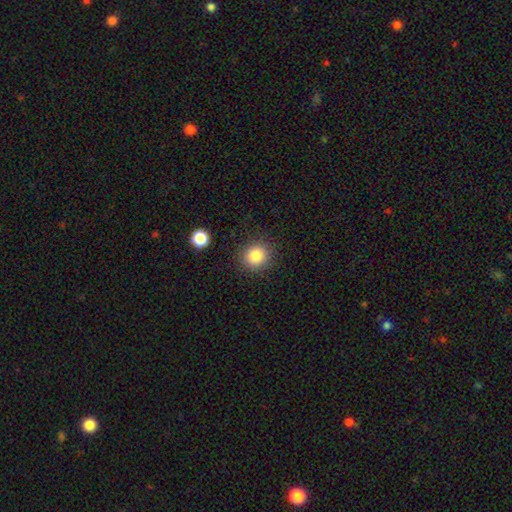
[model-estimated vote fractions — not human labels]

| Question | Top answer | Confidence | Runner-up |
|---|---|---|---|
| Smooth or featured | smooth | 85% | star or artifact (10%) |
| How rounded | round | 88% | in between (11%) |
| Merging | none | 88% | minor disturbance (7%) |